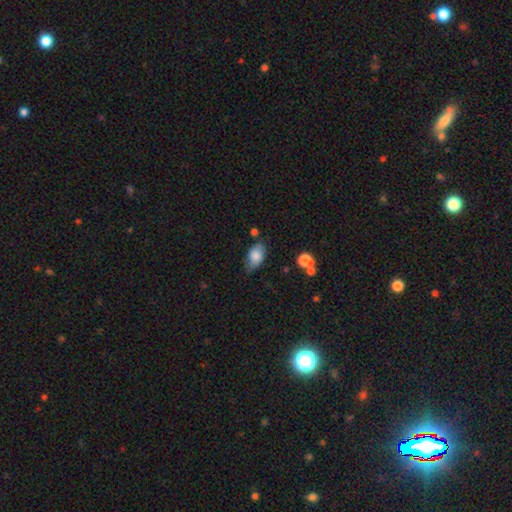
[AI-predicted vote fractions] Smooth or featured: smooth — 79% (featured or disk — 14%)
How rounded: in between — 90% (round — 8%)
Merging: none — 63% (minor disturbance — 27%)